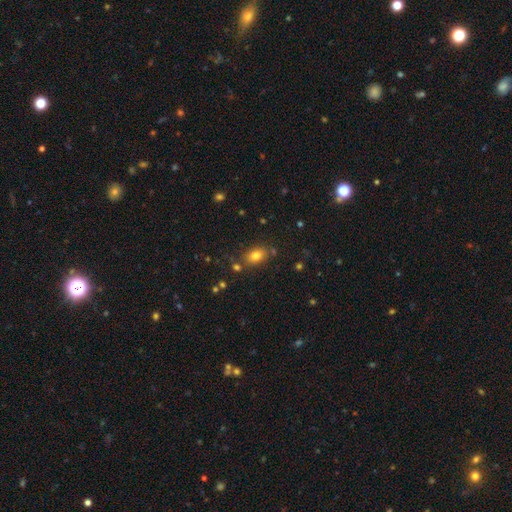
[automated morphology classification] smooth 80%, star or artifact 12%, featured or disk 8%. Down the decision tree: how rounded — in between (78%); merging — none (75%).